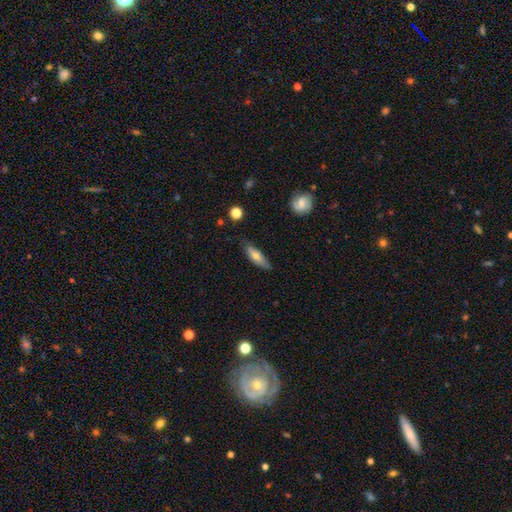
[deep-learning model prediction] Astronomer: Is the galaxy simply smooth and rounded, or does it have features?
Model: smooth — 62%.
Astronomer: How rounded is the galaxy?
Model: in between — 53% (runner-up: cigar-shaped, 44%).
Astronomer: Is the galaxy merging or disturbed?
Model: none — 76%.